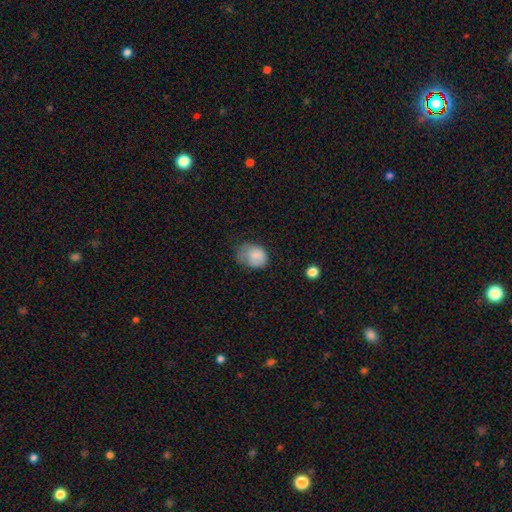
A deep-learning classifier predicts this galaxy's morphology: Smooth or featured: smooth — 81% (featured or disk — 11%)
How rounded: in between — 59% (round — 40%)
Merging: minor disturbance — 40% (none — 35%)